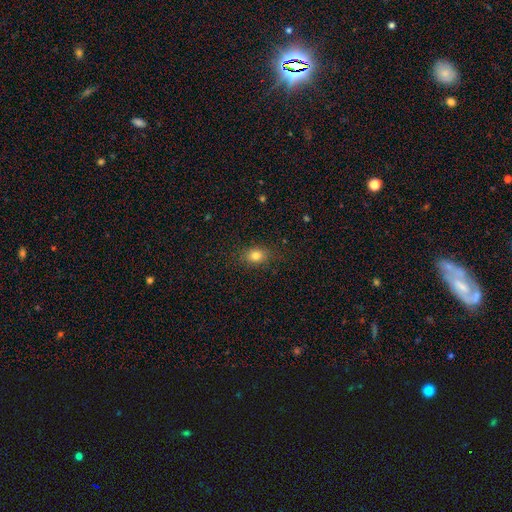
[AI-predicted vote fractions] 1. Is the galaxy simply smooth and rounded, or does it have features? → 81% smooth, 12% star or artifact, 8% featured or disk.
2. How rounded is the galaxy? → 58% in between, 40% round, 2% cigar-shaped.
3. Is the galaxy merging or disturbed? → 85% none, 11% minor disturbance, 3% major disturbance, 1% merger.